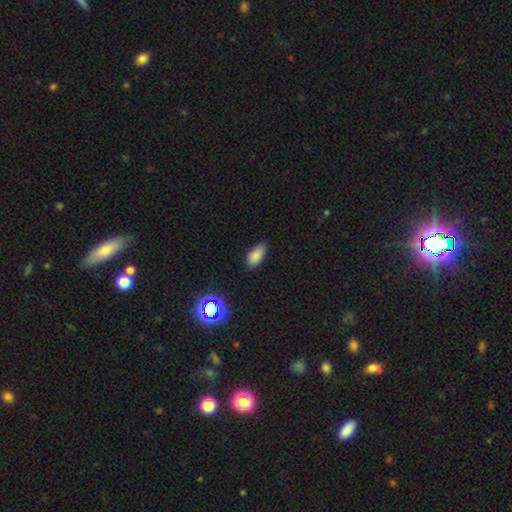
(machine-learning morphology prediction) A smooth galaxy with no disk features (82%) that is in between round and cigar-shaped (92%).

Vote fractions:
- Smooth or featured? smooth: 82% / star or artifact: 12% / featured or disk: 5%
- How rounded? in between: 92% / cigar-shaped: 5% / round: 3%
- Merging? none: 84% / minor disturbance: 13% / major disturbance: 2% / merger: 1%